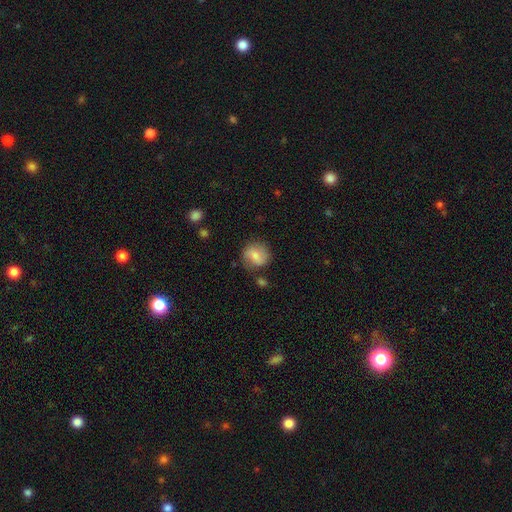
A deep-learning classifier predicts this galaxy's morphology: Overall: smooth (64%; featured or disk 28%). How rounded: round (80%). Merging: none (72%).